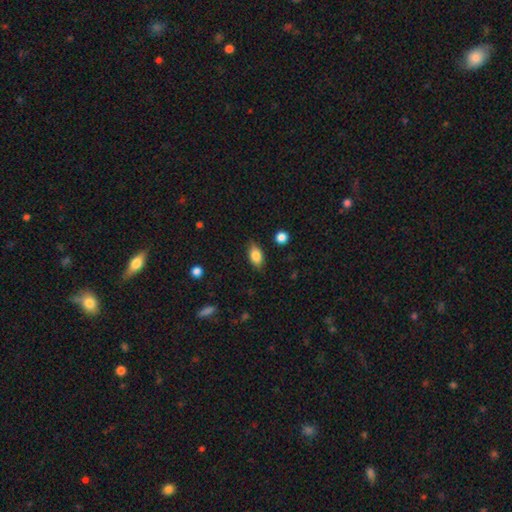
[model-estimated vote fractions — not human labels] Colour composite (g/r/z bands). It shows a smooth galaxy with no disk features (82%) that is in between round and cigar-shaped (87%). Merging: none (82%).